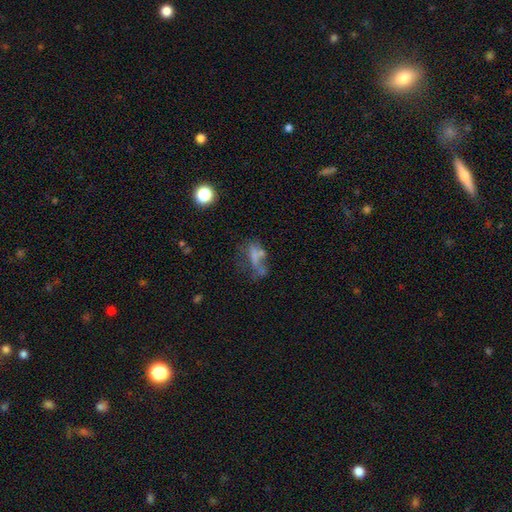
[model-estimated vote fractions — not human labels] Smooth or featured?
  - smooth: 44% *
  - featured or disk: 36%
  - star or artifact: 19%
Merging?
  - major disturbance: 33% *
  - none: 29%
  - merger: 20%
  - minor disturbance: 18%